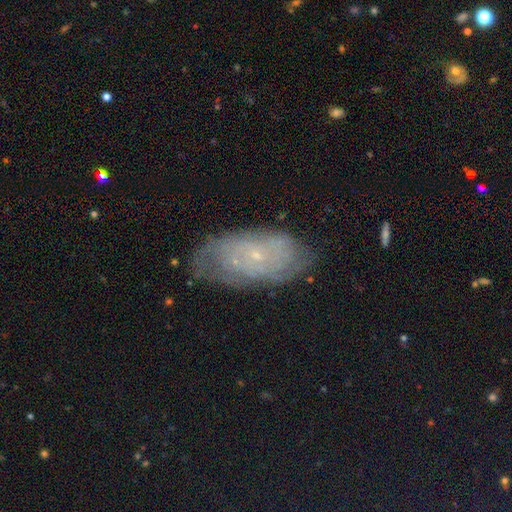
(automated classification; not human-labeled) smooth-or-featured: featured or disk: 65% | smooth: 26% | star or artifact: 10%
  disk-edge-on: no: 92% | yes: 8%
    bar: no: 82% | weak: 15% | strong: 3%
    has-spiral-arms: yes: 76% | no: 24%
    bulge-size: small: 87% | moderate: 8% | none: 3% | large: 1% | dominant: 1%
  merging: none: 69% | minor disturbance: 22% | major disturbance: 7% | merger: 2%